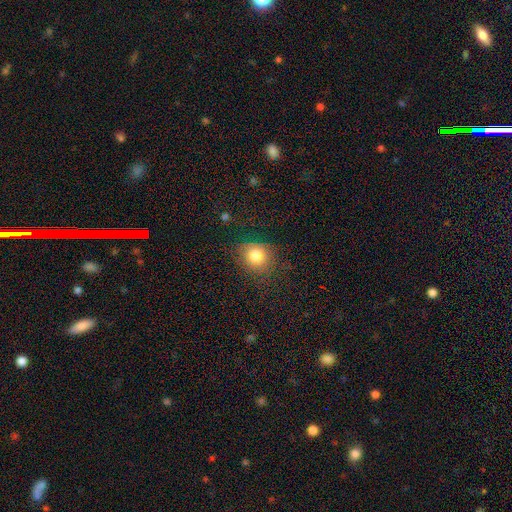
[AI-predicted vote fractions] Smooth or featured? Predicted: smooth (p=0.81). How rounded? Predicted: round (p=0.75). Merging? Predicted: none (p=0.71).